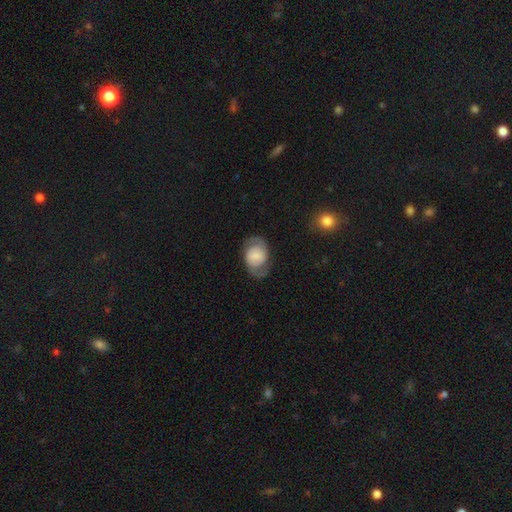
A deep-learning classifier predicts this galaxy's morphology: This is likely a featured or disk galaxy (63%). It is clearly not viewed edge-on (97%). Bar: possibly no (54%). Spiral arm pattern: clearly yes (88%). Spiral arm count: clearly 2 (88%). Spiral winding: possibly medium (47%). Central bulge: marginally small (32%). Merging: likely none (71%).